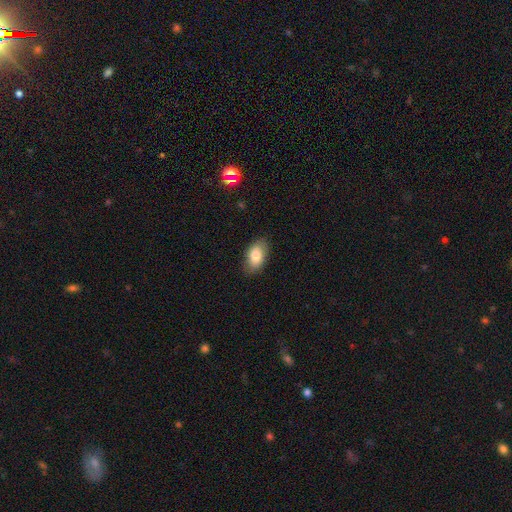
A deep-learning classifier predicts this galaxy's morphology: Smooth or featured: smooth — 83% (featured or disk — 10%)
How rounded: in between — 92% (round — 5%)
Merging: none — 84% (minor disturbance — 12%)